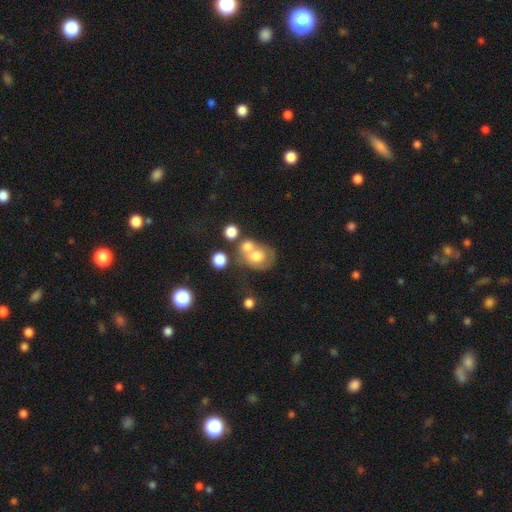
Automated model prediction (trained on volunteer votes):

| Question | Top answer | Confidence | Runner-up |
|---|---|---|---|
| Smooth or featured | smooth | 59% | featured or disk (31%) |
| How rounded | round | 62% | in between (37%) |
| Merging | merger | 46% | none (29%) |